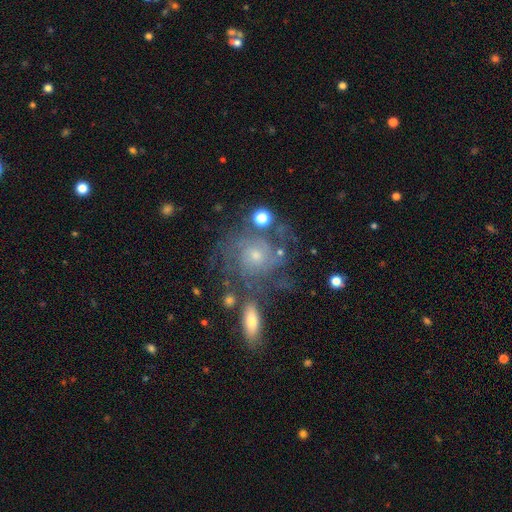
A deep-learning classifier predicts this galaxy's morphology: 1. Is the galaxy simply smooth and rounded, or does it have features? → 77% featured or disk, 14% smooth, 10% star or artifact.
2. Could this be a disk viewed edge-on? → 97% no, 3% yes.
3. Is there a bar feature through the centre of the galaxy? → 78% no, 18% weak, 3% strong.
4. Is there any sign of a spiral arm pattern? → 92% yes, 8% no.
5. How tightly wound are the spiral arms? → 62% tight, 29% medium, 9% loose.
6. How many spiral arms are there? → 39% can't tell, 18% 3, 16% 2, 14% 4, 7% more than 4, 6% 1.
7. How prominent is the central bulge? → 65% small, 28% moderate, 3% none, 3% large, 1% dominant.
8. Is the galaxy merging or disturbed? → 61% none, 18% minor disturbance, 12% major disturbance, 9% merger.